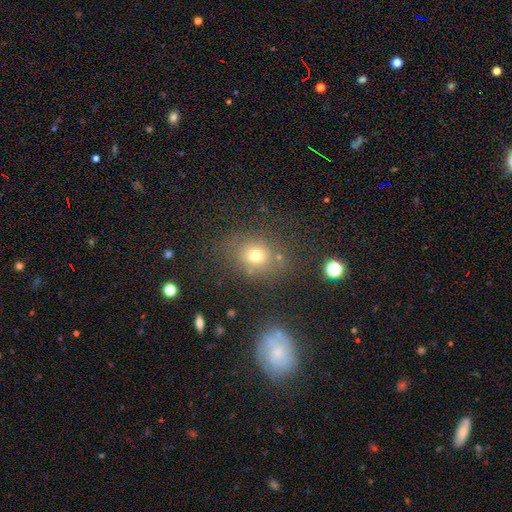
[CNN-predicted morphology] Smooth or featured: smooth — 71% (star or artifact — 18%)
How rounded: round — 63% (in between — 36%)
Merging: none — 74% (minor disturbance — 14%)